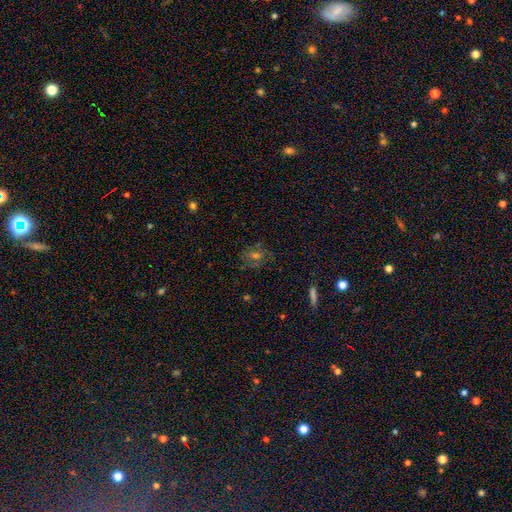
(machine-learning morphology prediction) Overall: featured or disk (43%; smooth 31%). Merging: none (76%).